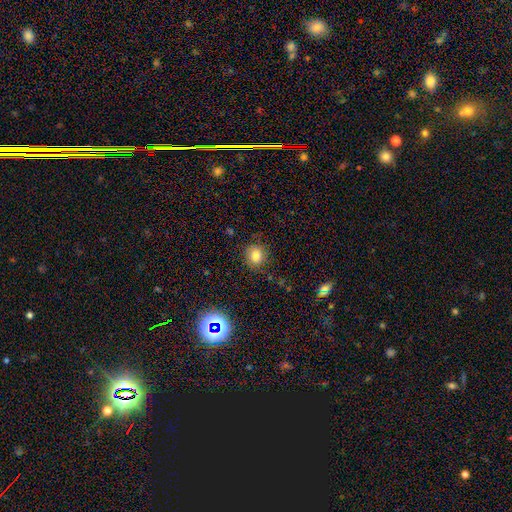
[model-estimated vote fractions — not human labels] A smooth galaxy with no disk features (80%) that is round (79%).

Vote fractions:
- Smooth or featured? smooth: 80% / star or artifact: 13% / featured or disk: 7%
- How rounded? round: 79% / in between: 20% / cigar-shaped: 1%
- Merging? none: 84% / minor disturbance: 11% / major disturbance: 3% / merger: 1%